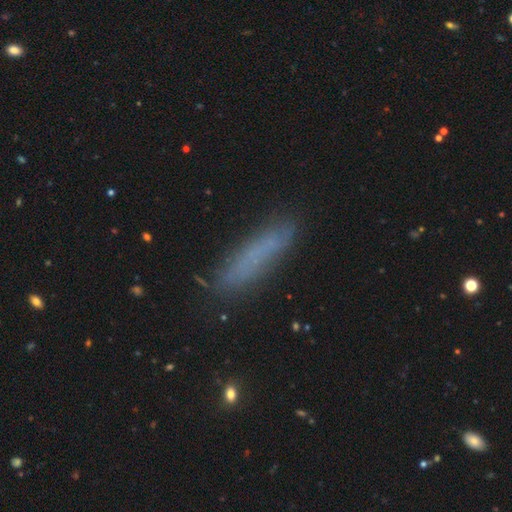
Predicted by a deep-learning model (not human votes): smooth_or_featured: smooth (p=0.66) [alt: featured or disk p=0.23]
how_rounded: cigar-shaped (p=0.82) [alt: in between p=0.16]
merging: none (p=0.80) [alt: minor disturbance p=0.14]